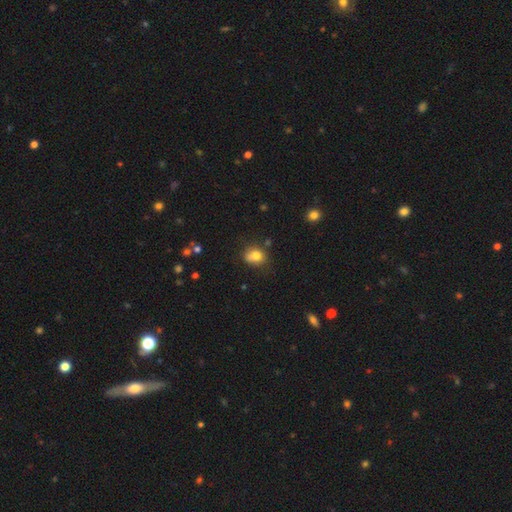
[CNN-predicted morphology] This appears to be a smooth galaxy with no disk features (78%) that is round (52%). Merging: none (58%).